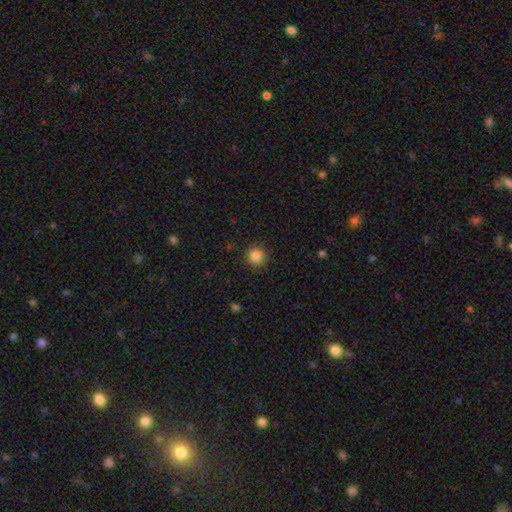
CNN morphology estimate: smooth 85%, star or artifact 11%, featured or disk 4%. Down the decision tree: how rounded — round (92%); merging — none (88%).